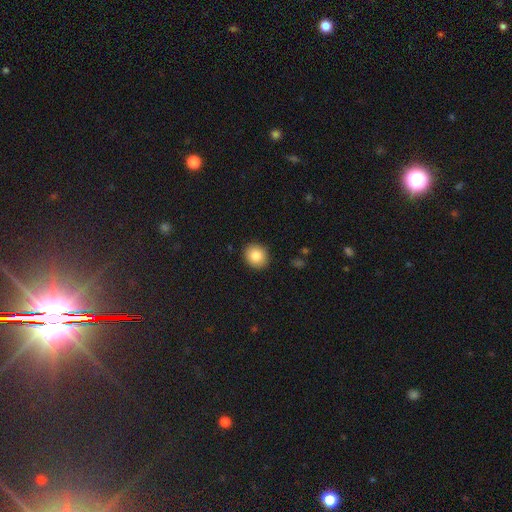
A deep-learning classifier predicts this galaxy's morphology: smooth 83%, star or artifact 9%, featured or disk 7%. Down the decision tree: how rounded — round (77%); merging — none (91%).